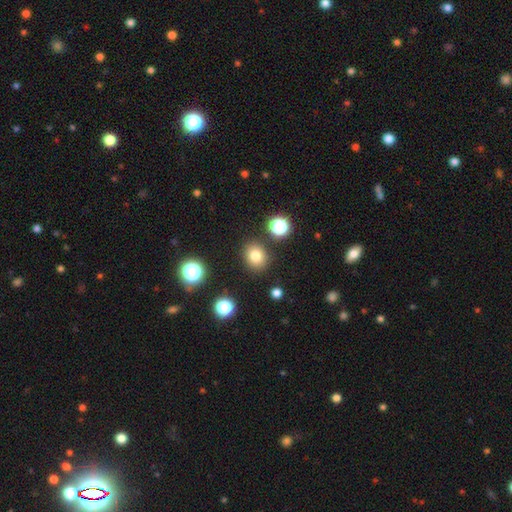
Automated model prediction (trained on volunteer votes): smooth-or-featured: smooth: 79% | star or artifact: 14% | featured or disk: 8%
  how-rounded: round: 69% | in between: 31% | cigar-shaped: 1%
  merging: none: 86% | minor disturbance: 8% | merger: 3% | major disturbance: 3%